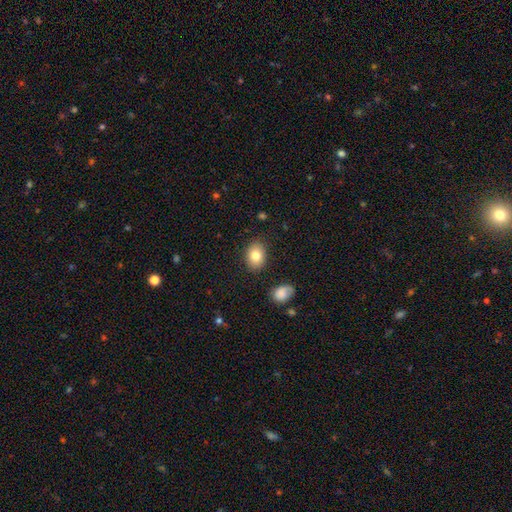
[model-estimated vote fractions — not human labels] Q: Smooth or featured?
A: smooth (81%); runner-up: featured or disk (11%)
Q: How rounded?
A: in between (72%); runner-up: round (27%)
Q: Merging?
A: none (85%); runner-up: minor disturbance (10%)